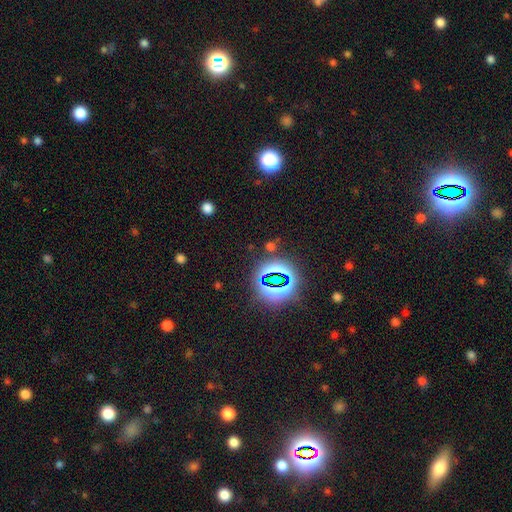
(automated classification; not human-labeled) smooth_or_featured: star or artifact (p=0.75) [alt: smooth p=0.16]